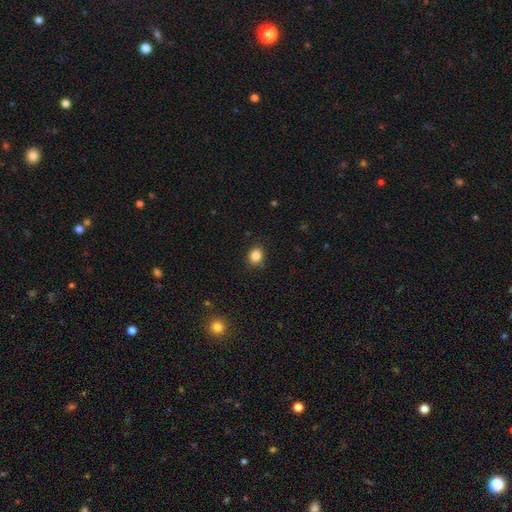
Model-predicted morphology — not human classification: This appears to be a smooth galaxy with no disk features (85%) that is round (63%). Merging: none (88%).